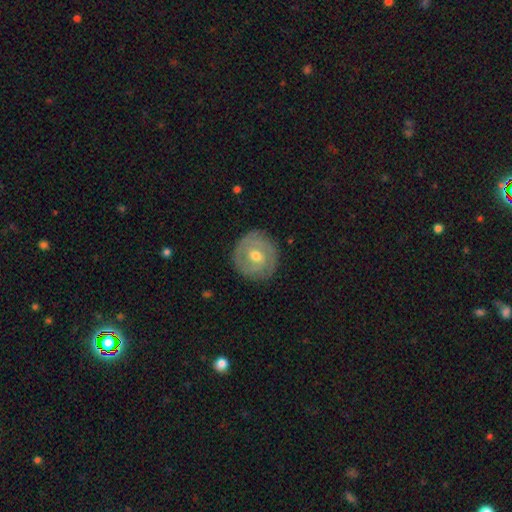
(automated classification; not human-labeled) featured or disk 72%, smooth 22%, star or artifact 6%. Down the decision tree: edge-on disk — no (97%); bar — no (52%); spiral arms — yes (84%); spiral arm count — 2 (54%); spiral winding — tight (69%); bulge size — moderate (66%); merging — none (86%).